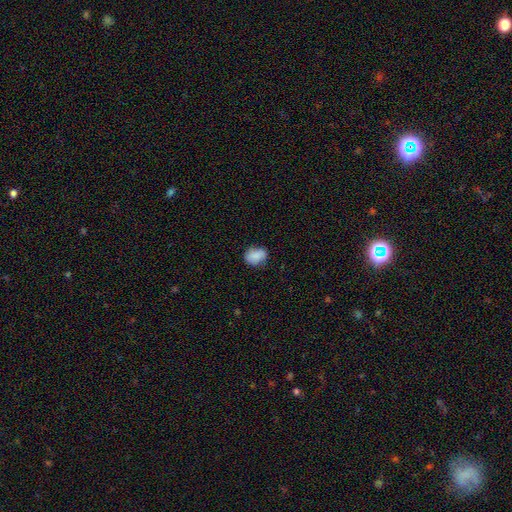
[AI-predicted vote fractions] smooth_or_featured: smooth (p=0.87) [alt: star or artifact p=0.08]
how_rounded: in between (p=0.65) [alt: round p=0.34]
merging: none (p=0.75) [alt: minor disturbance p=0.20]